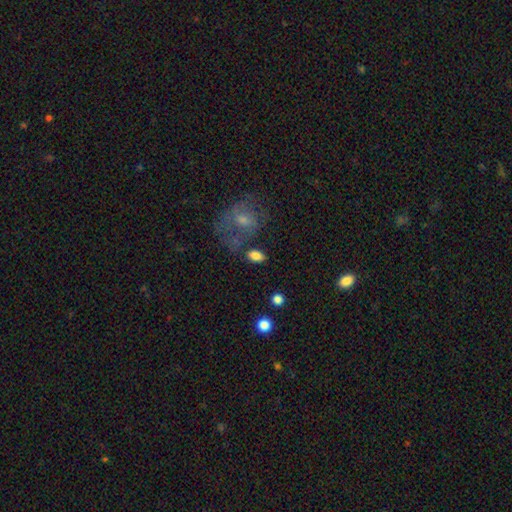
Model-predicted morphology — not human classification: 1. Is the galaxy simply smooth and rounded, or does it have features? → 84% smooth, 8% star or artifact, 8% featured or disk.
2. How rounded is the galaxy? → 88% in between, 9% round, 3% cigar-shaped.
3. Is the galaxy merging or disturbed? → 77% none, 12% minor disturbance, 6% merger, 5% major disturbance.